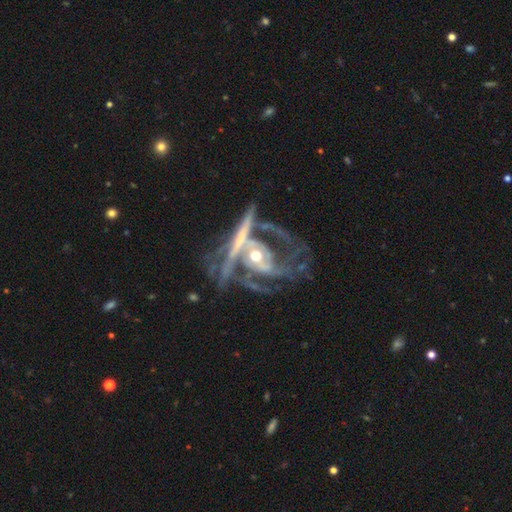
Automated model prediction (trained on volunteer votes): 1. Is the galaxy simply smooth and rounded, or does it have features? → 86% featured or disk, 8% star or artifact, 6% smooth.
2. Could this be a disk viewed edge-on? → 84% no, 16% yes.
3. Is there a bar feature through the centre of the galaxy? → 61% no, 23% weak, 16% strong.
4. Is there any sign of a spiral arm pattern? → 87% yes, 13% no.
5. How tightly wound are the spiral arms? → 42% tight, 40% medium, 19% loose.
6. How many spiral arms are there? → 32% can't tell, 28% 2, 20% 3, 7% 4, 7% 1, 6% more than 4.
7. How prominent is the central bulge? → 54% moderate, 38% small, 4% large, 3% none, 2% dominant.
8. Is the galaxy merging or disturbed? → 38% merger, 27% none, 22% major disturbance, 13% minor disturbance.